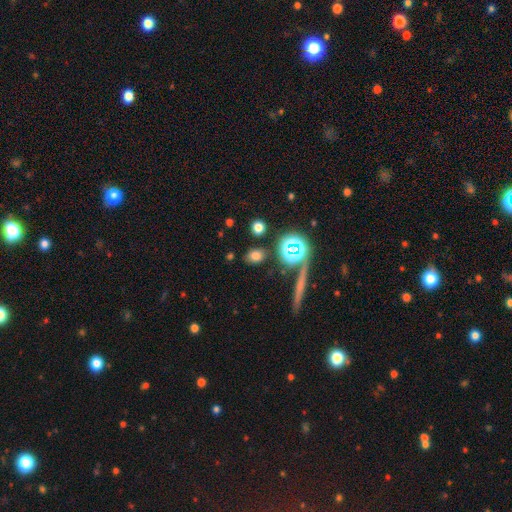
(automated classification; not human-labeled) This is likely a smooth galaxy (71%). How rounded: possibly in between (53%). Merging: clearly none (84%).